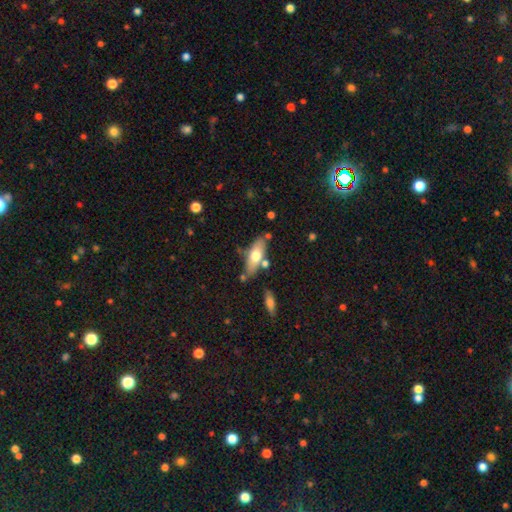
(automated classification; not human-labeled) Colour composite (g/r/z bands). It shows a smooth galaxy with no disk features (61%) that is in between round and cigar-shaped (70%). Merging: none (71%).